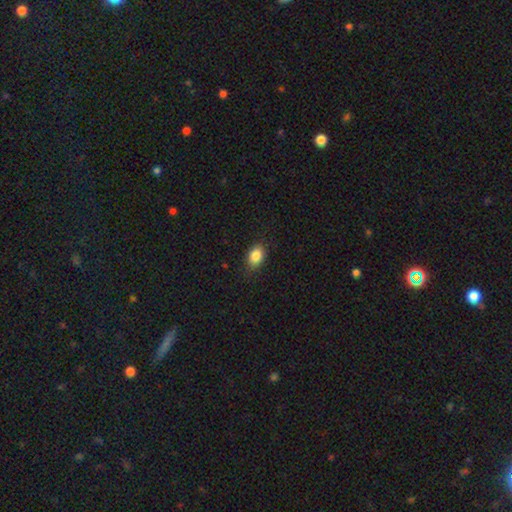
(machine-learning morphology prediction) This is clearly a smooth galaxy (86%). How rounded: clearly in between (81%). Merging: clearly none (85%).